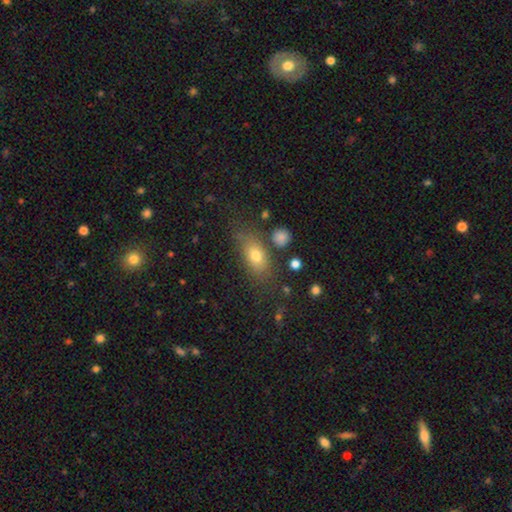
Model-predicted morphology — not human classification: type=smooth (75%); roundness=in between (77%); merging=none (65%).